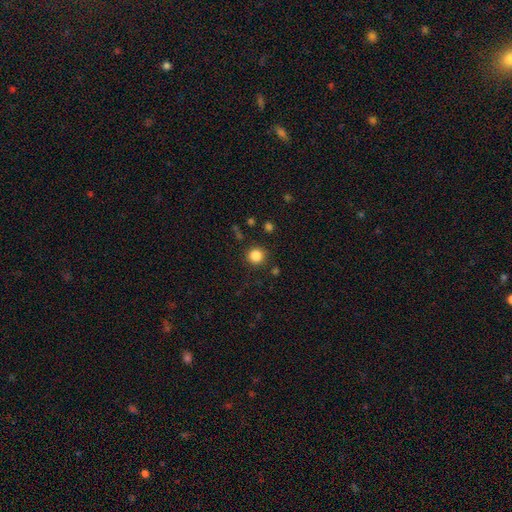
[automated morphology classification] Smooth or featured? Predicted: smooth (p=0.84). How rounded? Predicted: round (p=0.93). Merging? Predicted: none (p=0.89).